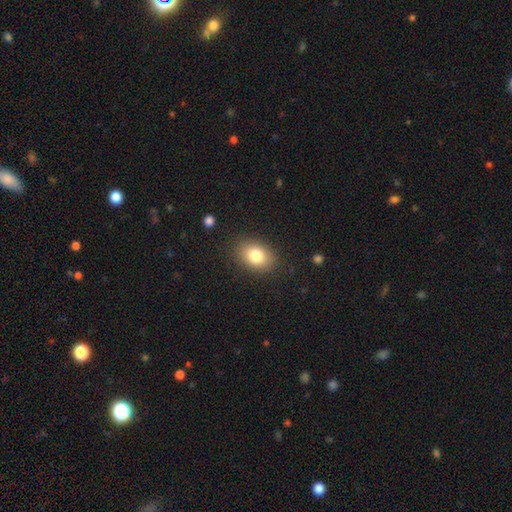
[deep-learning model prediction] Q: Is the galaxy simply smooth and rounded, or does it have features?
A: smooth — 82%.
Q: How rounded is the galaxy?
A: in between — 77%.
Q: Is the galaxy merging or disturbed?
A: none — 86%.